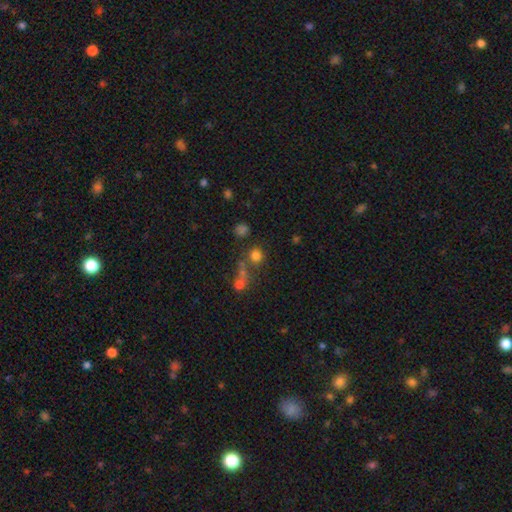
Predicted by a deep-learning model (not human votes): Smooth or featured? smooth (72%)
How rounded? round (88%)
Merging? none (62%)